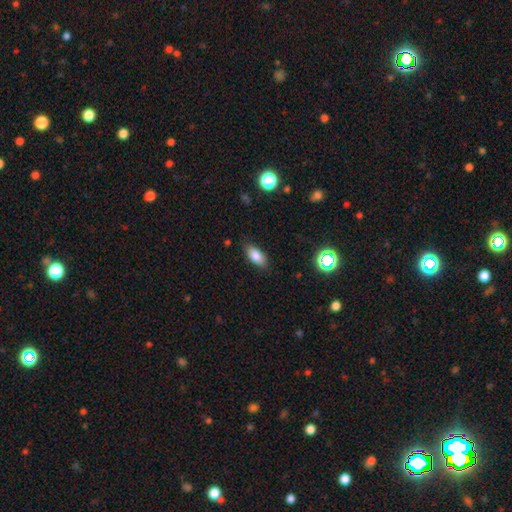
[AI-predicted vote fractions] Q: Smooth or featured?
A: smooth (81%); runner-up: featured or disk (10%)
Q: How rounded?
A: in between (86%); runner-up: cigar-shaped (10%)
Q: Merging?
A: none (84%); runner-up: minor disturbance (12%)